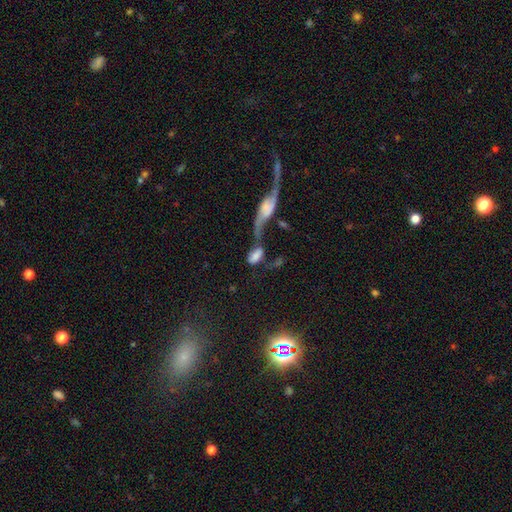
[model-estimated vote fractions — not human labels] Q: Smooth or featured?
A: smooth (59%); runner-up: featured or disk (30%)
Q: How rounded?
A: in between (87%); runner-up: cigar-shaped (7%)
Q: Merging?
A: merger (59%); runner-up: major disturbance (17%)